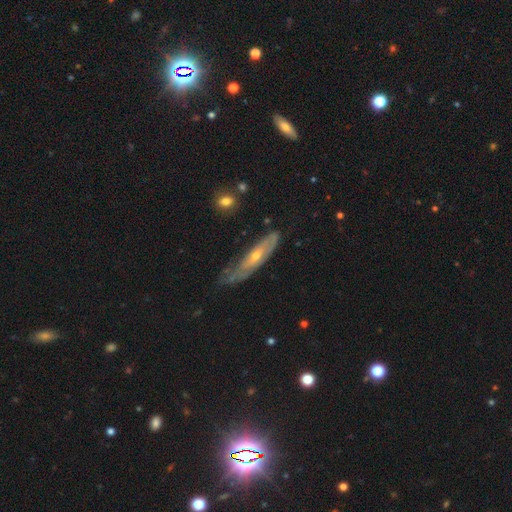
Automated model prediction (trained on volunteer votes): Overall: featured or disk (65%; smooth 26%). Edge-on disk: yes (50%, tied with no). Merging: none (54%; minor disturbance 31%).